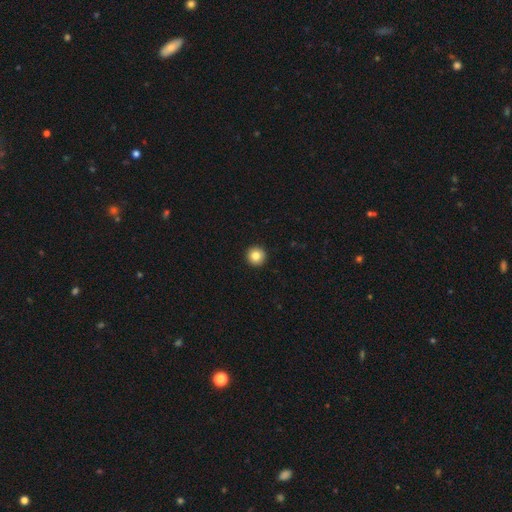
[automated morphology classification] A smooth galaxy with no disk features (82%) that is round (97%). Merging: none (94%).